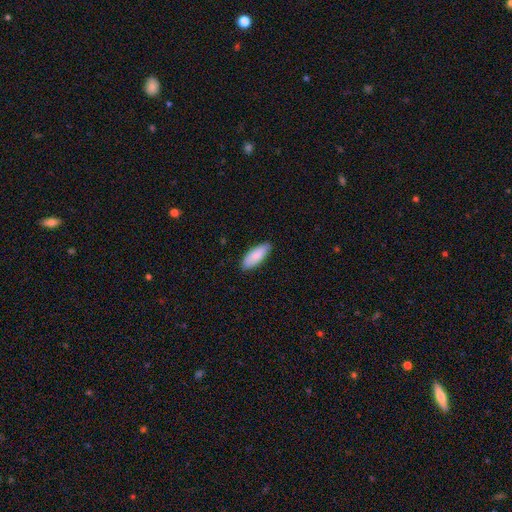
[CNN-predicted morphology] Smooth or featured? Predicted: smooth (p=0.88). How rounded? Predicted: in between (p=0.73). Merging? Predicted: none (p=0.87).